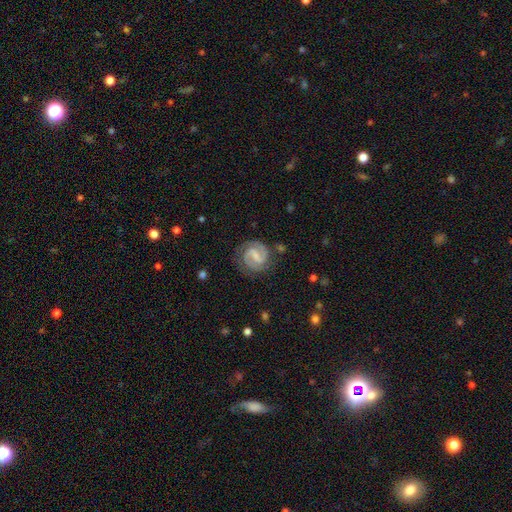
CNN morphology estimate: This is clearly a featured or disk galaxy (88%). It is clearly not viewed edge-on (98%). Bar: possibly weak (46%). Spiral arm pattern: clearly yes (98%). Spiral arm count: clearly 2 (92%). Spiral winding: possibly tight (48%). Central bulge: possibly small (45%). Merging: clearly none (80%).